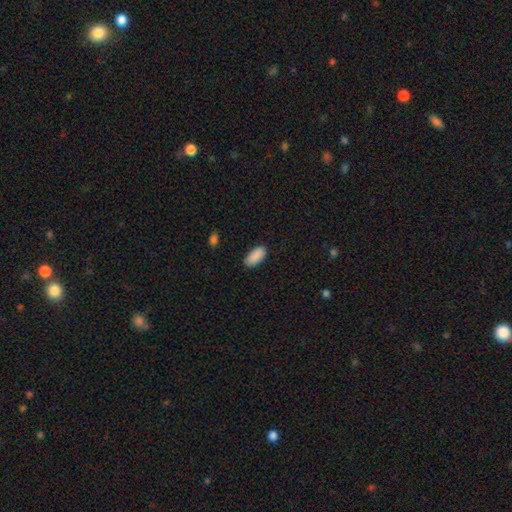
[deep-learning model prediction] This appears to be a smooth galaxy with no disk features (91%) that is in between round and cigar-shaped (92%). Merging: none (88%).